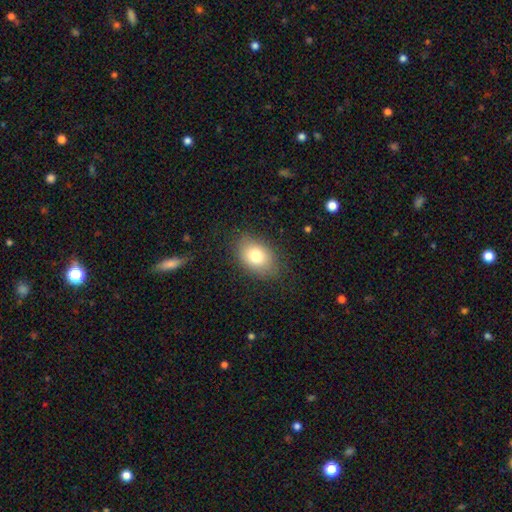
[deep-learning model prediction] Q: Smooth or featured?
A: smooth (78%); runner-up: featured or disk (13%)
Q: How rounded?
A: in between (80%); runner-up: round (19%)
Q: Merging?
A: none (80%); runner-up: minor disturbance (14%)